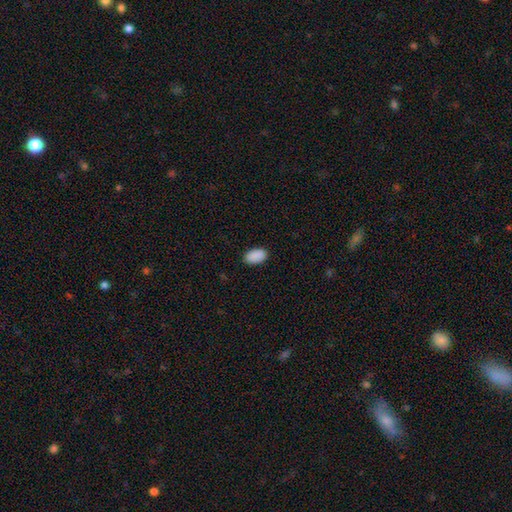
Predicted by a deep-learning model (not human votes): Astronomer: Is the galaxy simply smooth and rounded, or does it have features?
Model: smooth — 91%.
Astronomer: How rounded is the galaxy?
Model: in between — 94%.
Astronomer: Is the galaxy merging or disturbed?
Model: none — 89%.